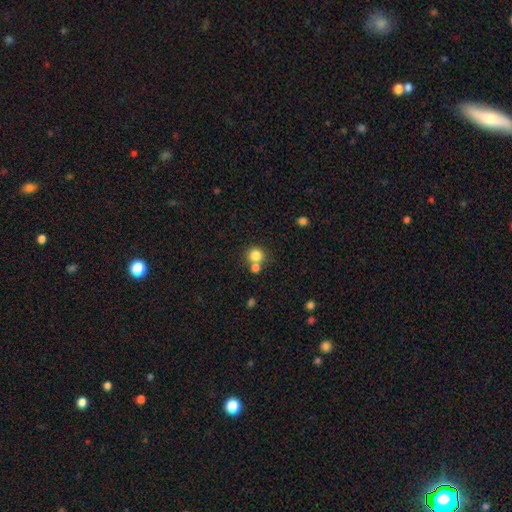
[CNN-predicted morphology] A smooth galaxy with no disk features (81%) that is round (87%).

Vote fractions:
- Smooth or featured? smooth: 81% / star or artifact: 12% / featured or disk: 7%
- How rounded? round: 87% / in between: 12% / cigar-shaped: 1%
- Merging? none: 59% / merger: 31% / minor disturbance: 7% / major disturbance: 3%